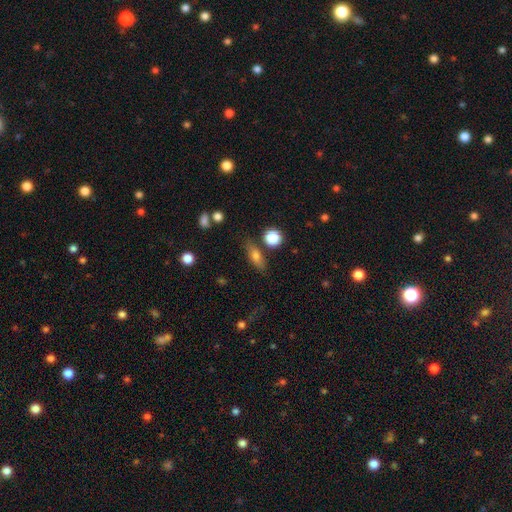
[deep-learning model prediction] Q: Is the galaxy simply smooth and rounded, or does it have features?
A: smooth — 73%.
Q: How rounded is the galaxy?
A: in between — 59%.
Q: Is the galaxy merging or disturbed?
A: none — 75%.